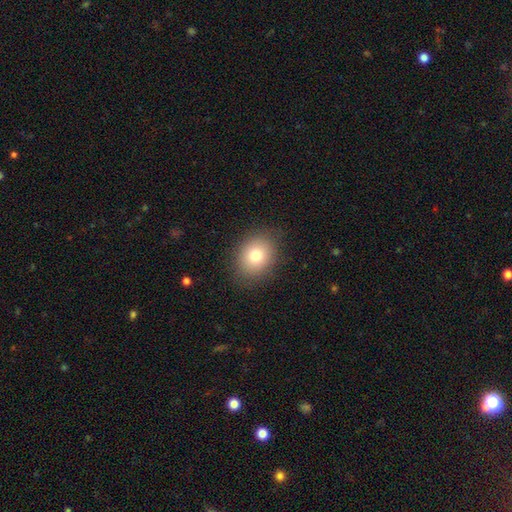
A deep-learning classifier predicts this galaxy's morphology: type=smooth (77%); roundness=round (52%); merging=none (86%).